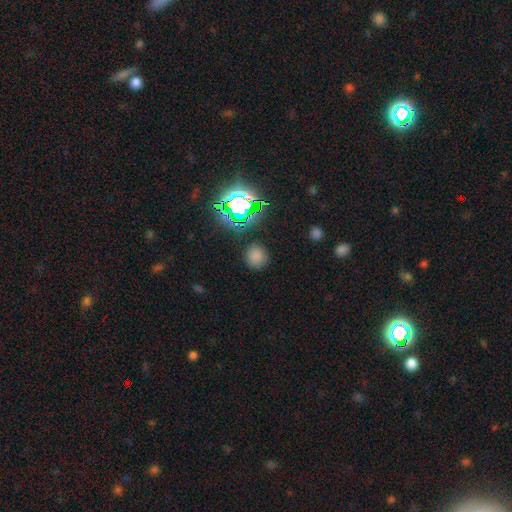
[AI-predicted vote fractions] smooth_or_featured: smooth (p=0.73) [alt: star or artifact p=0.21]
how_rounded: round (p=0.87) [alt: in between p=0.11]
merging: none (p=0.87) [alt: minor disturbance p=0.08]